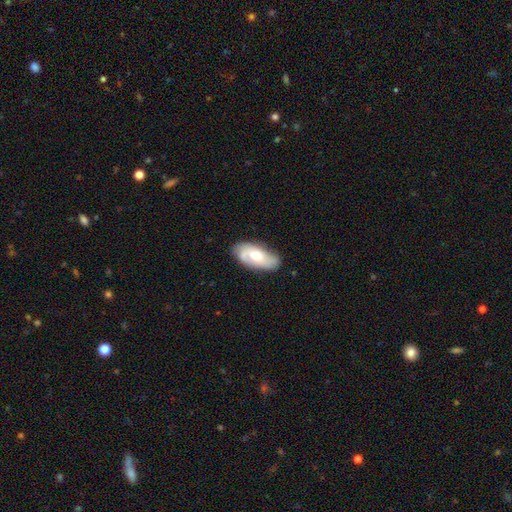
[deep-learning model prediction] smooth-or-featured: featured or disk: 52% | smooth: 42% | star or artifact: 6%
  disk-edge-on: no: 90% | yes: 10%
  merging: none: 71% | minor disturbance: 21% | major disturbance: 6% | merger: 2%